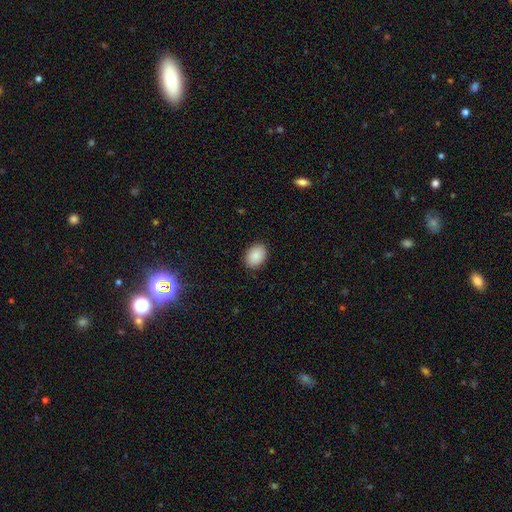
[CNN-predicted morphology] Overall: smooth (89%). How rounded: in between (75%). Merging: none (89%).